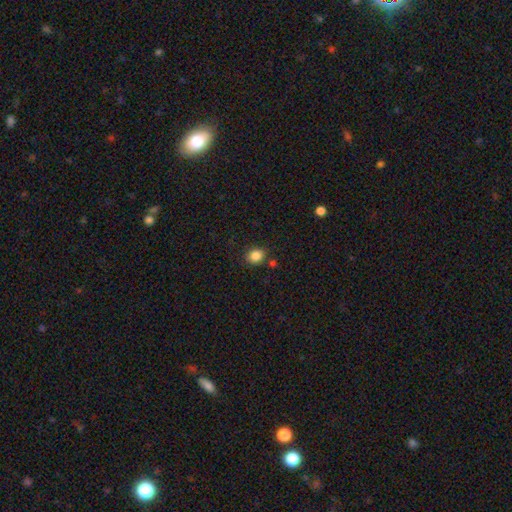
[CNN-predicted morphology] Smooth or featured?
  - smooth: 85% *
  - star or artifact: 11%
  - featured or disk: 4%
How rounded?
  - round: 67% *
  - in between: 32%
  - cigar-shaped: 1%
Merging?
  - none: 81% *
  - minor disturbance: 10%
  - merger: 5%
  - major disturbance: 3%